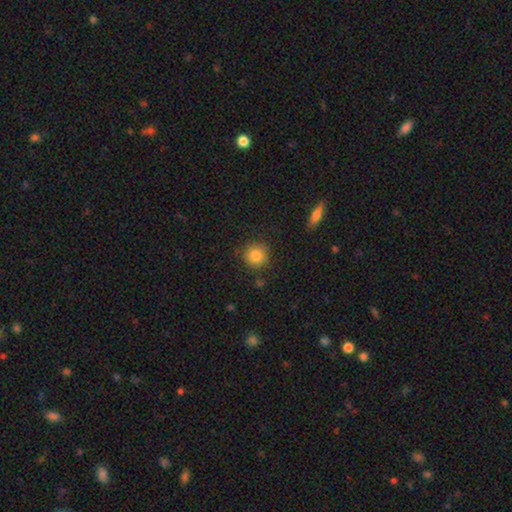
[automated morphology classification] This is clearly a smooth galaxy (85%). How rounded: clearly round (92%). Merging: clearly none (85%).